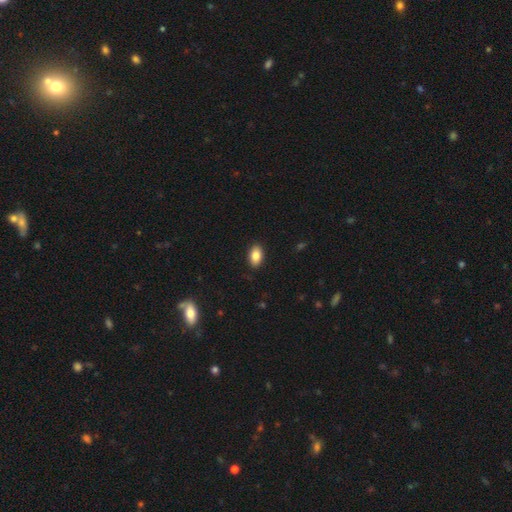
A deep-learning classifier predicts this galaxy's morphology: Smooth or featured: smooth — 85% (star or artifact — 8%)
How rounded: in between — 90% (round — 8%)
Merging: none — 89% (minor disturbance — 8%)